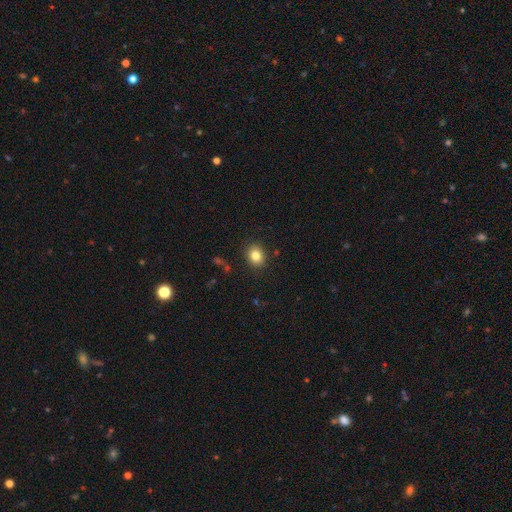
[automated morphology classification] Overall: smooth (82%). How rounded: round (62%; in between 37%). Merging: none (88%).